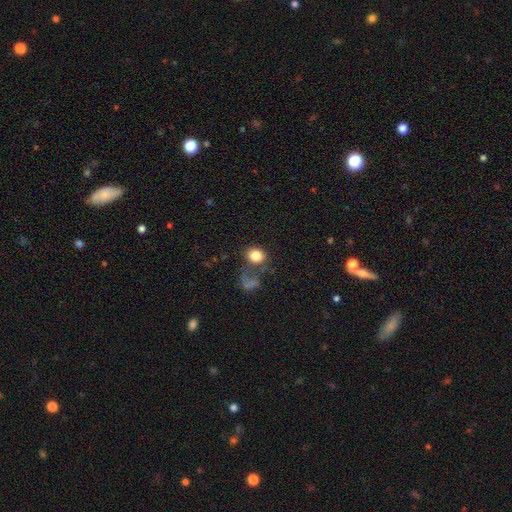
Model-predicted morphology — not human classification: Overall: smooth (80%). How rounded: round (69%; in between 30%). Merging: none (46%; major disturbance 23%).